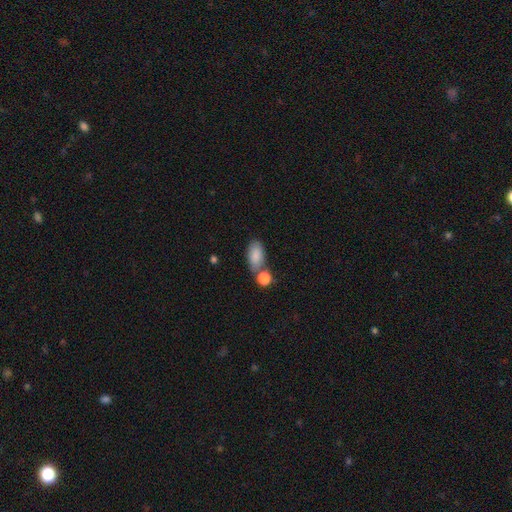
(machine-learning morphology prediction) smooth_or_featured: smooth (p=0.85) [alt: featured or disk p=0.07]
how_rounded: in between (p=0.91) [alt: round p=0.05]
merging: none (p=0.55) [alt: merger p=0.24]